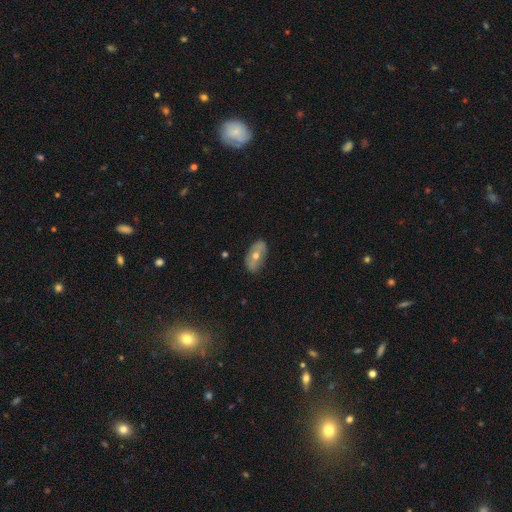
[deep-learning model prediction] smooth-or-featured: featured or disk: 47% | smooth: 43% | star or artifact: 10%
  merging: none: 80% | minor disturbance: 15% | major disturbance: 4% | merger: 1%